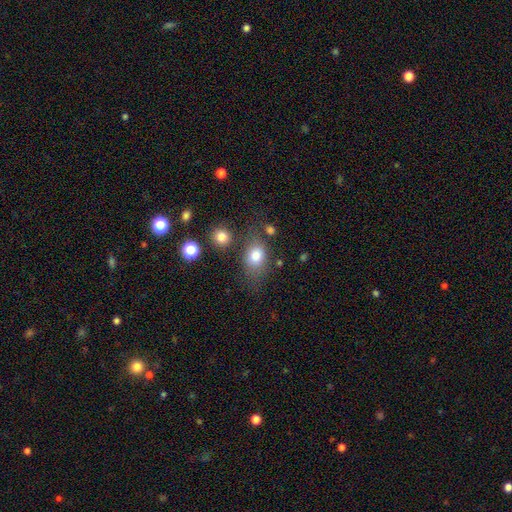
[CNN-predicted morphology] The model was most divided on "how rounded": in between: 68%, round: 30%, cigar-shaped: 2%. More confident: smooth or featured — smooth (79%); merging — none (62%).